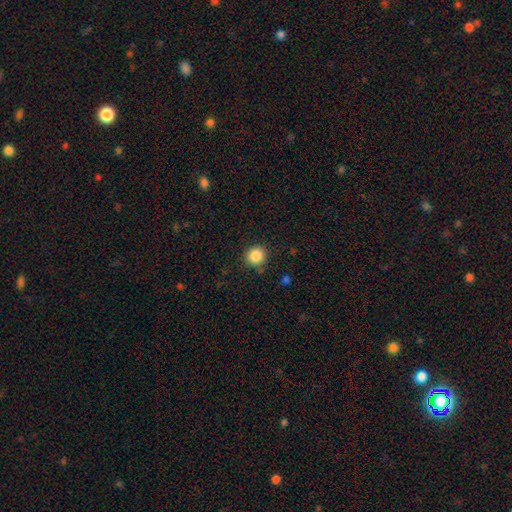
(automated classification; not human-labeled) Overall: smooth (86%). How rounded: round (88%). Merging: none (87%).